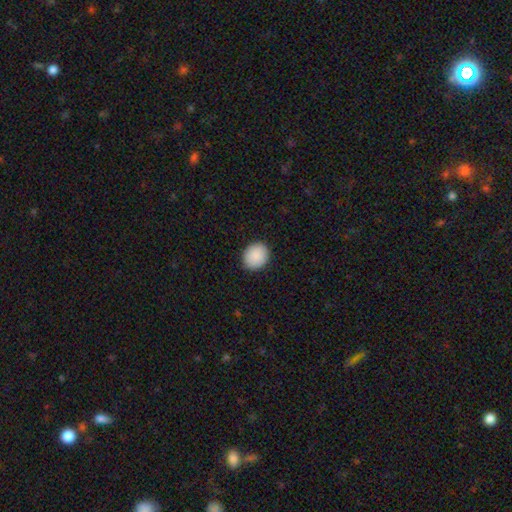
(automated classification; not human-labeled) Morphology: type=smooth (90%); roundness=round (63%); merging=none (90%).